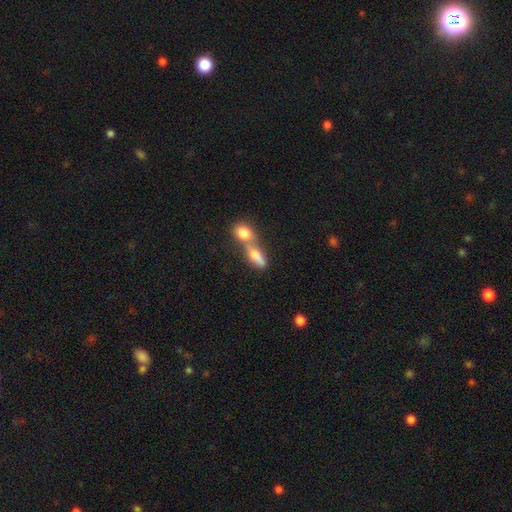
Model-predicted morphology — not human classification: This is likely a smooth galaxy (79%). How rounded: likely in between (70%). Merging: likely merger (67%).